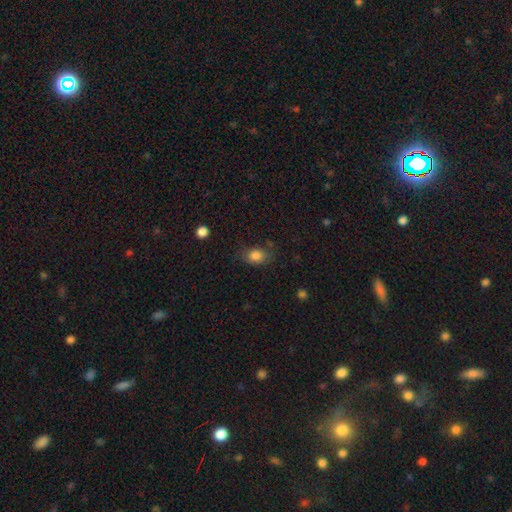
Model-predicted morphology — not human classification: Smooth or featured? Predicted: smooth (p=0.83). How rounded? Predicted: in between (p=0.67). Merging? Predicted: none (p=0.70).